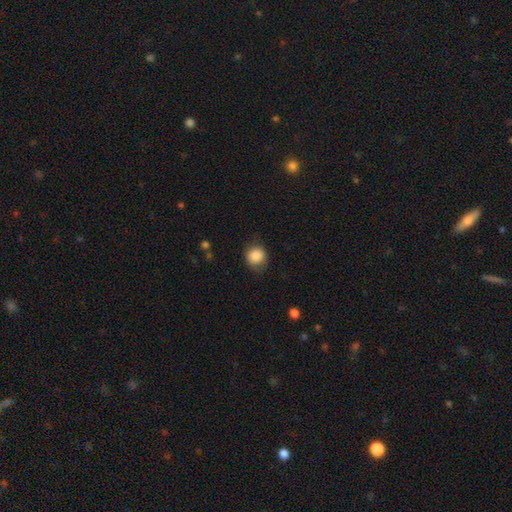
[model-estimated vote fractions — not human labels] Q: Smooth or featured?
A: smooth (86%); runner-up: star or artifact (9%)
Q: How rounded?
A: round (84%); runner-up: in between (15%)
Q: Merging?
A: none (75%); runner-up: minor disturbance (18%)